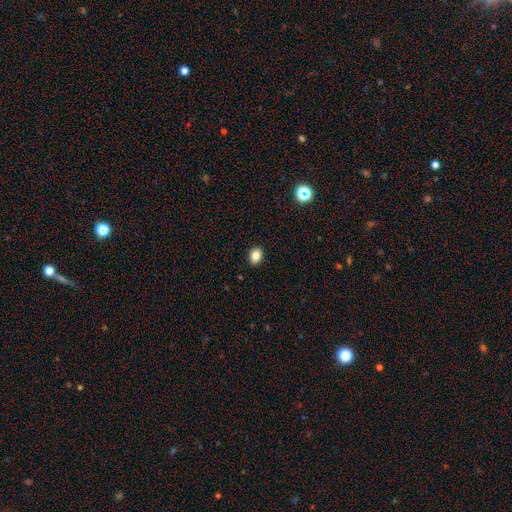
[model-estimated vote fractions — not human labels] Smooth or featured? smooth (84%)
How rounded? in between (66%)
Merging? none (89%)